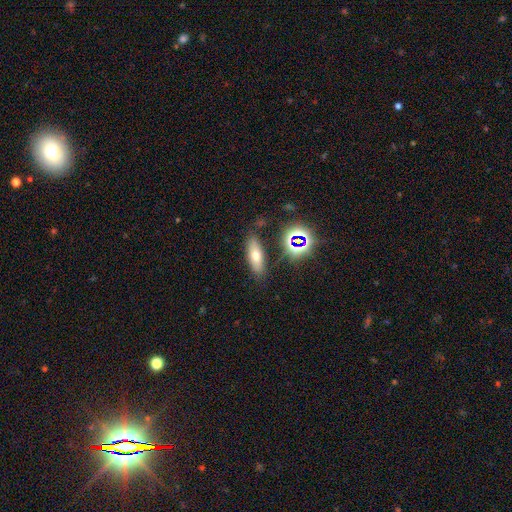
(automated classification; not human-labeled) The model was most divided on "how rounded": in between: 62%, cigar-shaped: 33%, round: 5%. More confident: merging — none (81%); smooth or featured — smooth (61%).